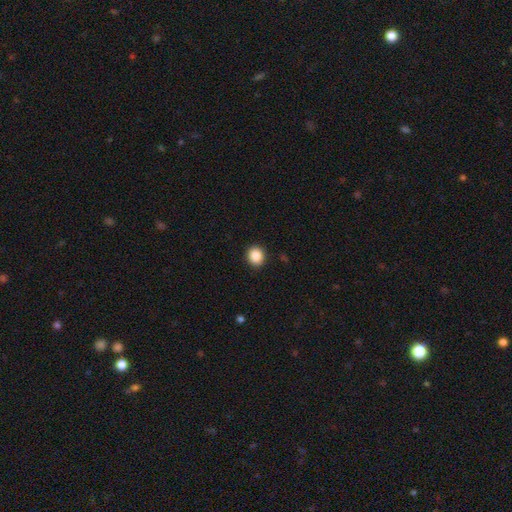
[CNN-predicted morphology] A smooth galaxy with no disk features (88%) that is round (76%). Merging: none (91%).